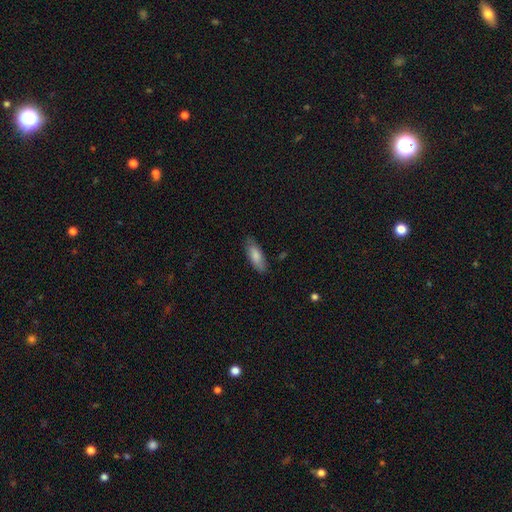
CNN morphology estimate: The model was most divided on "how rounded": in between: 67%, cigar-shaped: 32%, round: 2%. More confident: smooth or featured — smooth (82%); merging — none (79%).